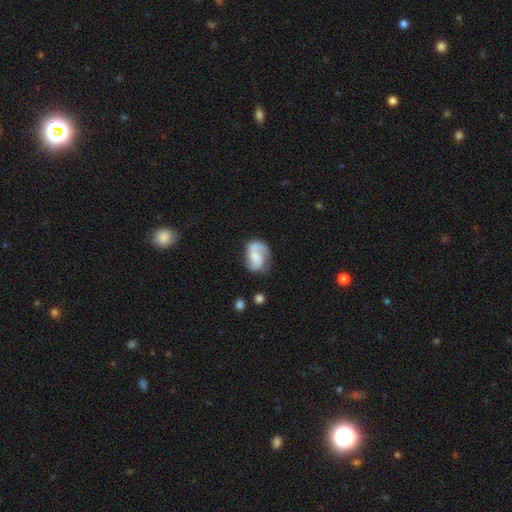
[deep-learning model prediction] Overall: featured or disk (73%). Edge-on disk: no (98%). Bar: no (51%; weak 39%). Spiral arms: yes (93%). Spiral arm count: 2 (69%). Spiral winding: medium (43%; loose 39%). Bulge size: small (39%; moderate 32%). Merging: none (58%; minor disturbance 23%).